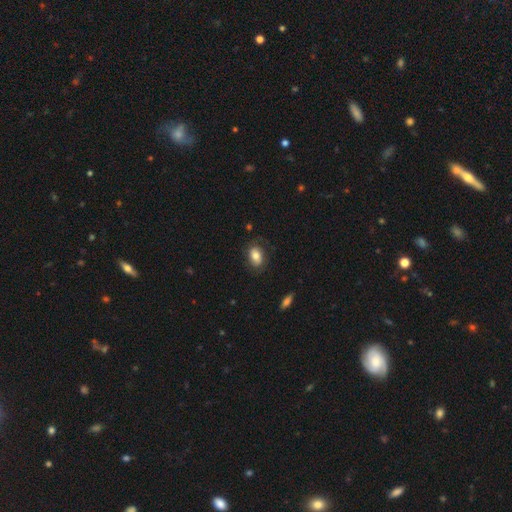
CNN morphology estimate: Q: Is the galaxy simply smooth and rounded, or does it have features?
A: smooth — 74%.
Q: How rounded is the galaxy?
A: in between — 82%.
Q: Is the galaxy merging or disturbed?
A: none — 71%.